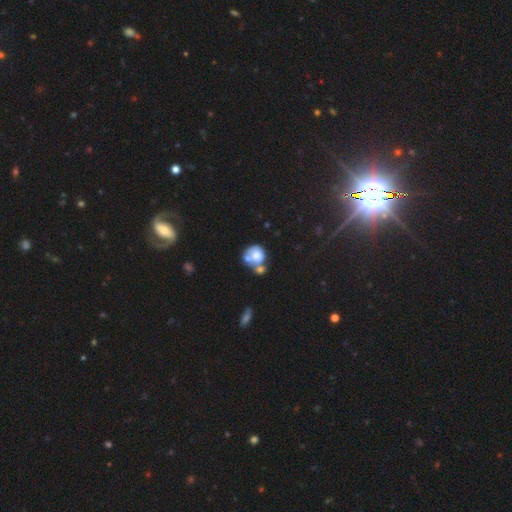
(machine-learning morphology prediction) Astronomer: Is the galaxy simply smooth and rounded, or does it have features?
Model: smooth — 61%.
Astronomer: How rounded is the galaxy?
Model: round — 73%.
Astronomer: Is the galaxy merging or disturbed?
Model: merger — 48% (runner-up: none, 27%).